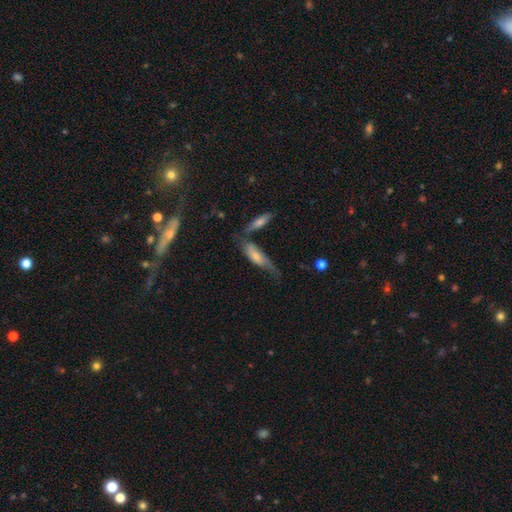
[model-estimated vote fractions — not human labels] A smooth galaxy with no disk features (59%) that is in between round and cigar-shaped (55%).

Vote fractions:
- Smooth or featured? smooth: 59% / featured or disk: 34% / star or artifact: 7%
- How rounded? in between: 55% / cigar-shaped: 43% / round: 2%
- Merging? none: 36% / minor disturbance: 28% / merger: 19% / major disturbance: 16%